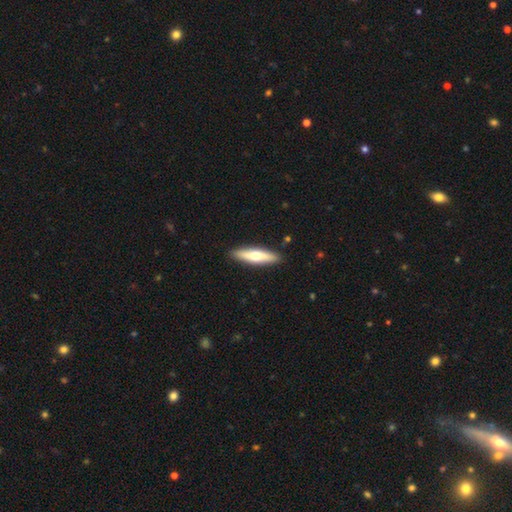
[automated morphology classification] type=smooth (53%); roundness=cigar-shaped (72%); merging=none (90%).